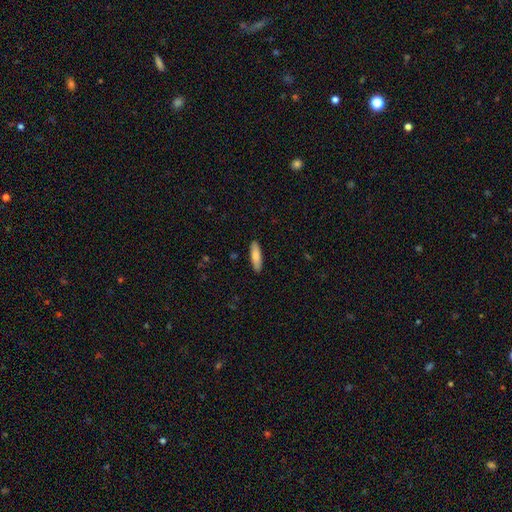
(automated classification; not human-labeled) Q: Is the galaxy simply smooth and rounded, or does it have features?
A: smooth — 82%.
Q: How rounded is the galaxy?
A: cigar-shaped — 58%.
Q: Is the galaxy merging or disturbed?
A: none — 89%.